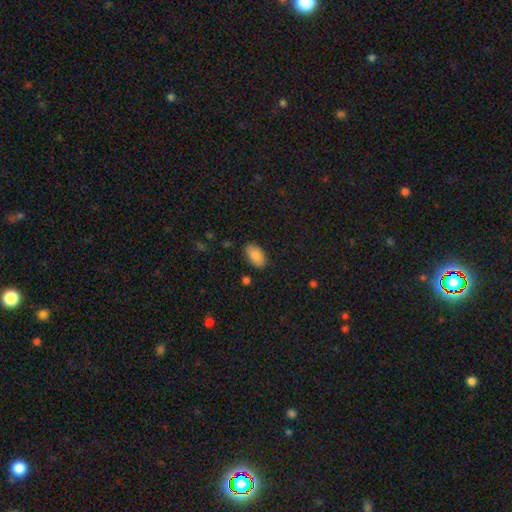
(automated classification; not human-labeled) smooth 87%, star or artifact 7%, featured or disk 6%. Down the decision tree: how rounded — in between (94%); merging — none (84%).